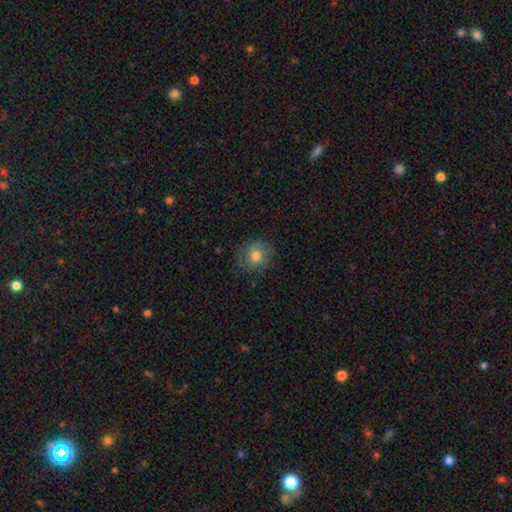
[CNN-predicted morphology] Overall: smooth (75%). How rounded: round (81%). Merging: none (79%).